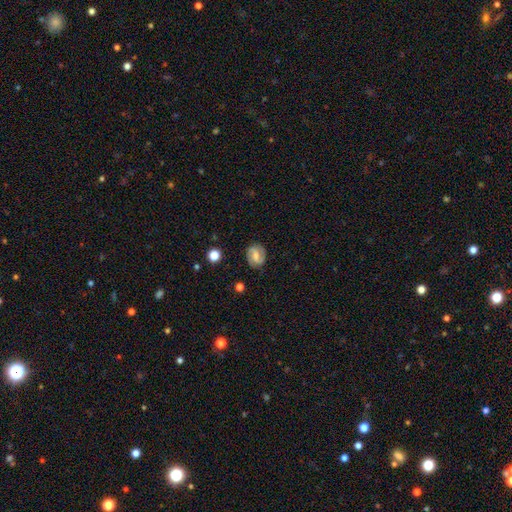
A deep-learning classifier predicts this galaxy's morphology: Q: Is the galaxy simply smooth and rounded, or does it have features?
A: featured or disk — 72%.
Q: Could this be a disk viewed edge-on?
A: no — 97%.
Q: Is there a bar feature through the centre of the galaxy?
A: weak — 49%.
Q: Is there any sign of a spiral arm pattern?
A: yes — 93%.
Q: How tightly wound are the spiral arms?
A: medium — 47%.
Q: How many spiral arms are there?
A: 2 — 88%.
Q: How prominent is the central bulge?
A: moderate — 42%.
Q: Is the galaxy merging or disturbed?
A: none — 83%.